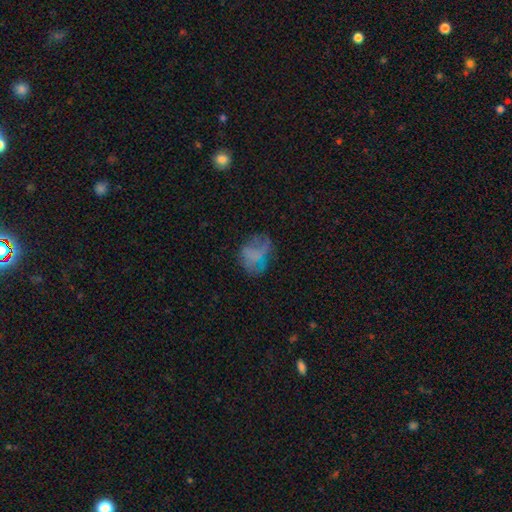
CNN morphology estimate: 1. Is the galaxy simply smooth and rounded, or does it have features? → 51% smooth, 35% featured or disk, 15% star or artifact.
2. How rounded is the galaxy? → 60% in between, 39% round, 1% cigar-shaped.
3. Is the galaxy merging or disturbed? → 41% none, 31% major disturbance, 25% minor disturbance, 3% merger.